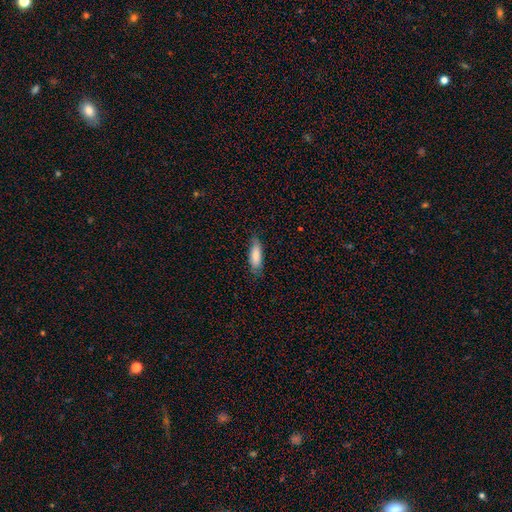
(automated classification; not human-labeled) This is clearly a smooth galaxy (82%). How rounded: possibly in between (57%). Merging: likely none (74%).